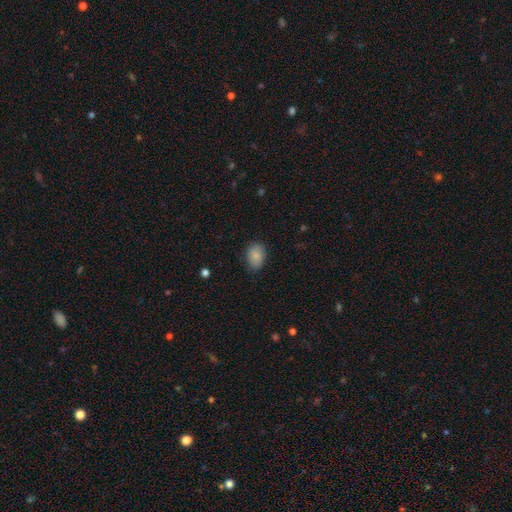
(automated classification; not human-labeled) smooth-or-featured: smooth: 87% | star or artifact: 7% | featured or disk: 6%
  how-rounded: in between: 81% | round: 18% | cigar-shaped: 1%
  merging: none: 80% | minor disturbance: 16% | major disturbance: 3% | merger: 1%